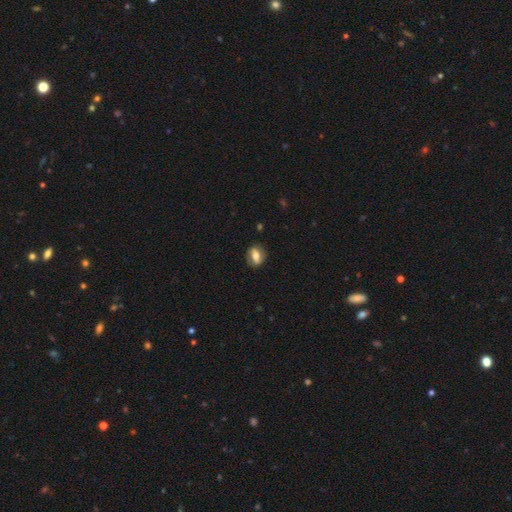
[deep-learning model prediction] Smooth or featured? smooth (50%)
Merging? none (81%)